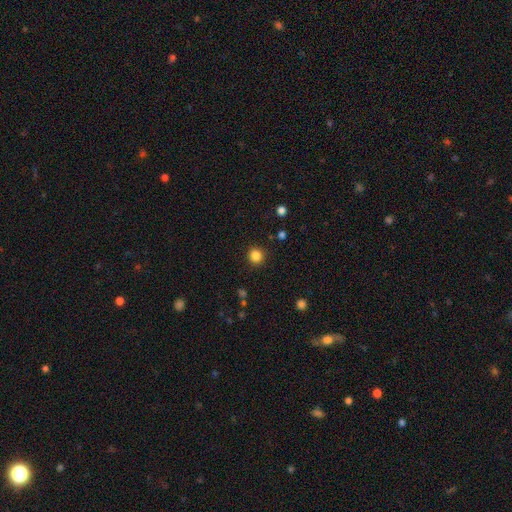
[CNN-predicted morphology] Smooth or featured? smooth (84%)
How rounded? round (91%)
Merging? none (90%)